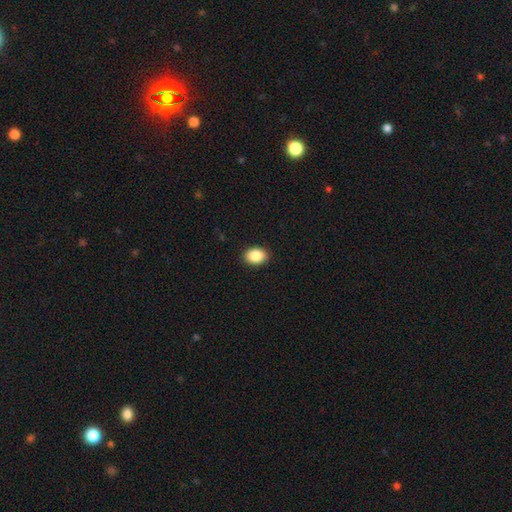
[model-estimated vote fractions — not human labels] This is clearly a smooth galaxy (87%). How rounded: likely in between (75%). Merging: clearly none (90%).